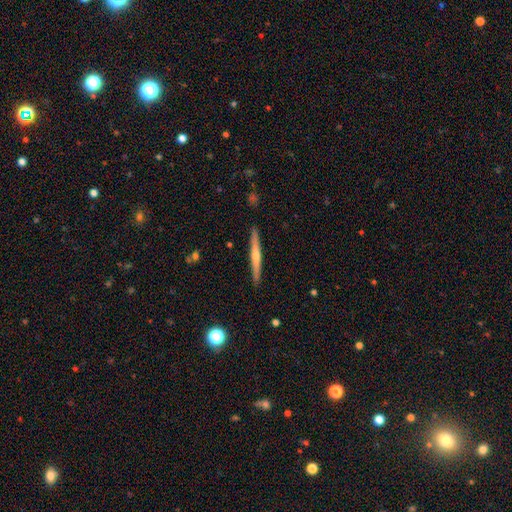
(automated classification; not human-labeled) smooth-or-featured: featured or disk: 69% | smooth: 25% | star or artifact: 6%
  disk-edge-on: yes: 98% | no: 2%
    edge-on-bulge: rounded: 75% | none: 19% | boxy: 6%
  merging: none: 92% | minor disturbance: 6% | major disturbance: 1% | merger: 1%